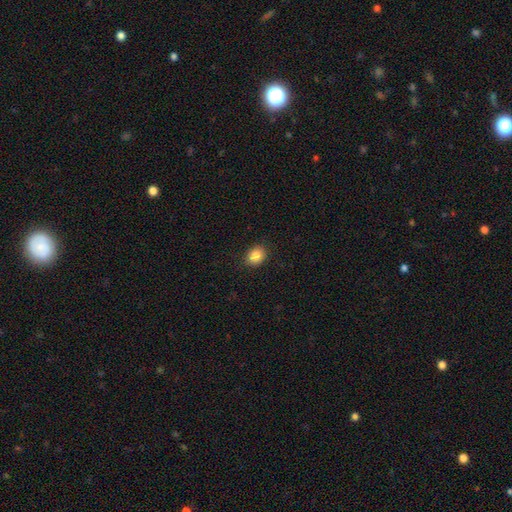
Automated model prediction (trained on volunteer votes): This appears to be a smooth galaxy with no disk features (86%) that is in between round and cigar-shaped (53%). Merging: none (88%).